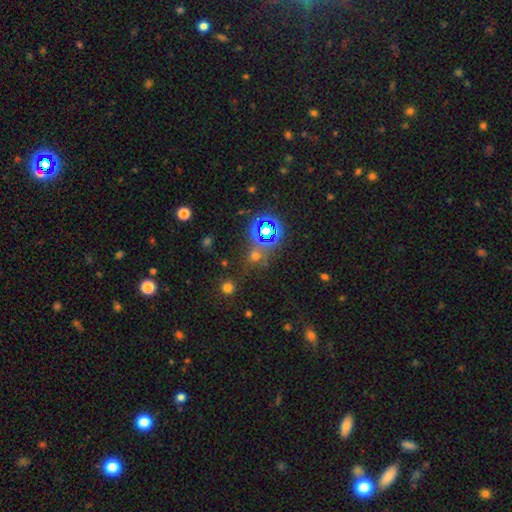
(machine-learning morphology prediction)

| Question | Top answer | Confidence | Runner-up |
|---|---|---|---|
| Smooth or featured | star or artifact | 50% | smooth (42%) |